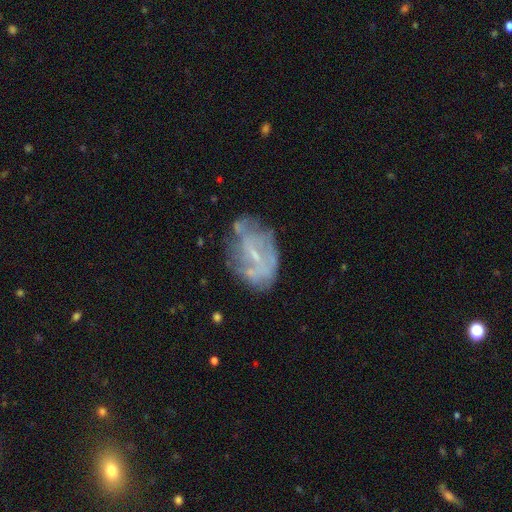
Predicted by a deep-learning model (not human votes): Smooth or featured? featured or disk (69%)
Edge-on disk? no (96%)
Bar? weak (45%)
Spiral arms? yes (53%)
Bulge size? small (67%)
Merging? none (53%)